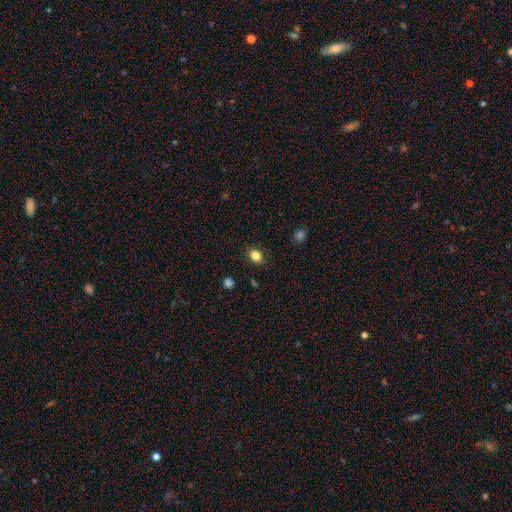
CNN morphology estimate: A smooth galaxy with no disk features (83%) that is round (53%). Merging: none (88%).